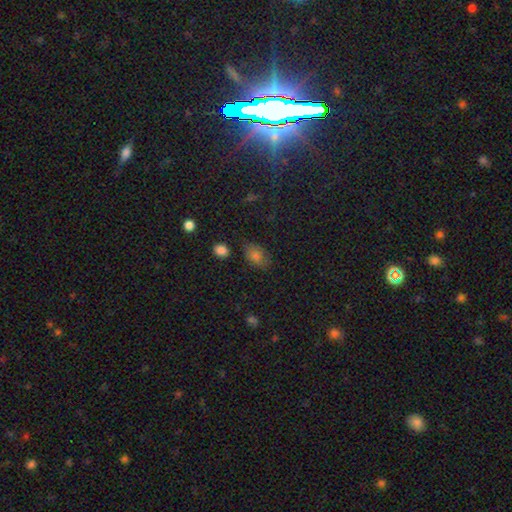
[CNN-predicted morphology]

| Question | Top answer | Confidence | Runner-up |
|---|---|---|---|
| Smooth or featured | smooth | 72% | star or artifact (18%) |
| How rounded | in between | 84% | round (13%) |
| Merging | none | 77% | minor disturbance (16%) |